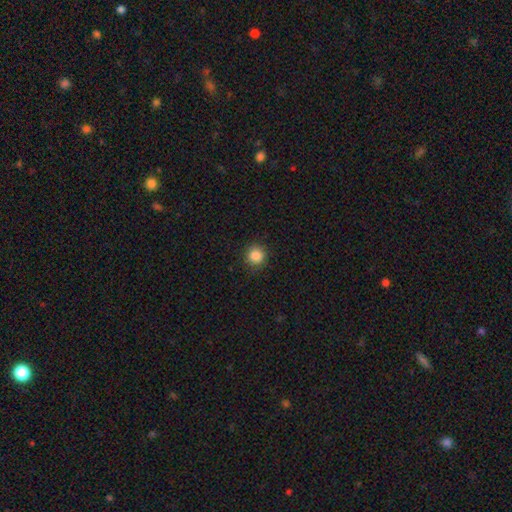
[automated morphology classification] Q: Smooth or featured?
A: smooth (85%); runner-up: star or artifact (11%)
Q: How rounded?
A: round (94%); runner-up: in between (5%)
Q: Merging?
A: none (91%); runner-up: minor disturbance (6%)